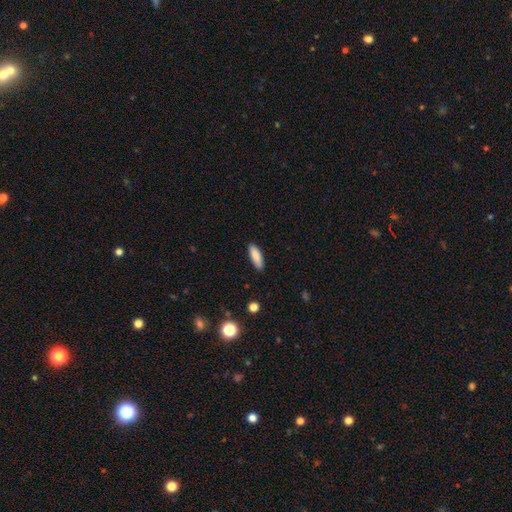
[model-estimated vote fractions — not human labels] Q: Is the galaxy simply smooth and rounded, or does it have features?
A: smooth — 86%.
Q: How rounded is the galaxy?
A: in between — 54%.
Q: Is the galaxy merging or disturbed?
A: none — 87%.